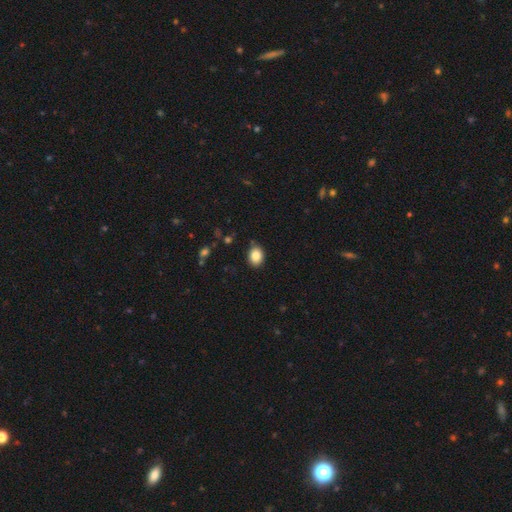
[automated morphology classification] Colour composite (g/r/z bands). It shows a smooth galaxy with no disk features (85%) that is in between round and cigar-shaped (62%). Merging: none (84%).